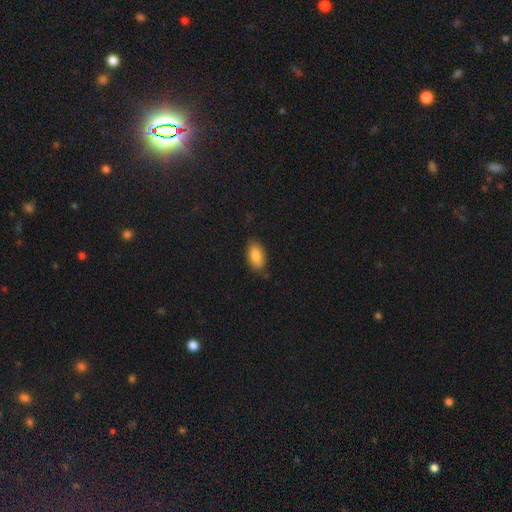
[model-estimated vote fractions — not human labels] Smooth or featured?
  - smooth: 83% *
  - featured or disk: 9%
  - star or artifact: 7%
How rounded?
  - in between: 92% *
  - round: 5%
  - cigar-shaped: 3%
Merging?
  - none: 82% *
  - minor disturbance: 14%
  - major disturbance: 3%
  - merger: 1%